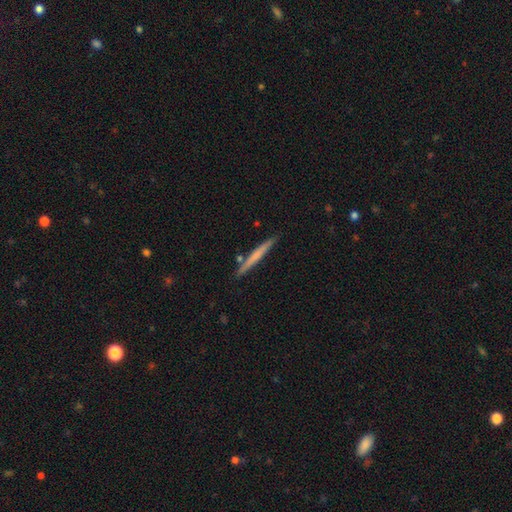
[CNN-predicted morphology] Smooth or featured: smooth — 54% (featured or disk — 41%)
How rounded: cigar-shaped — 97% (in between — 2%)
Merging: none — 86% (minor disturbance — 9%)